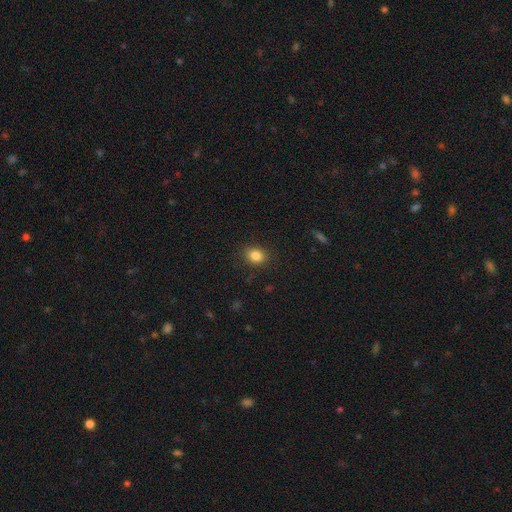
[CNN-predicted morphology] Smooth or featured? smooth (84%)
How rounded? in between (53%)
Merging? none (87%)